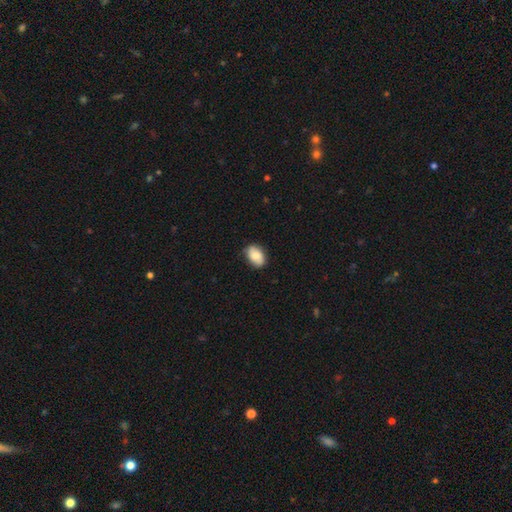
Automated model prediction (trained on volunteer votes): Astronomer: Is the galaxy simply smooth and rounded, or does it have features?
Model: smooth — 72%.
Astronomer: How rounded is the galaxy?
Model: in between — 83%.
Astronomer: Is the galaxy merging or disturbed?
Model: none — 82%.